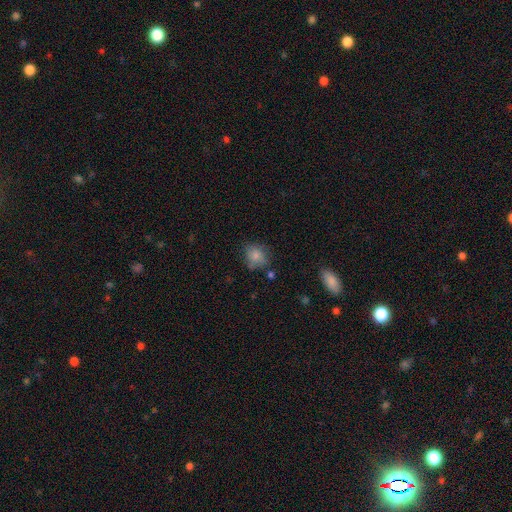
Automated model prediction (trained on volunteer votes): Morphology: type=smooth (79%); roundness=round (66%); merging=none (65%).